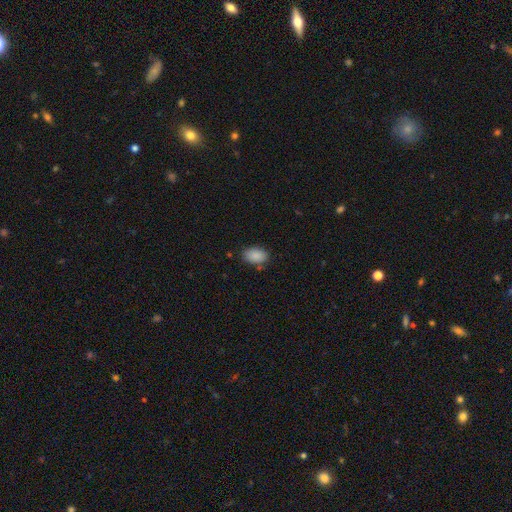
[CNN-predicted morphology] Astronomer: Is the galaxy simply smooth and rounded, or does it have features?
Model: smooth — 88%.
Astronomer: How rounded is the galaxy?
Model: in between — 90%.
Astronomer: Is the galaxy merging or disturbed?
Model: none — 79%.